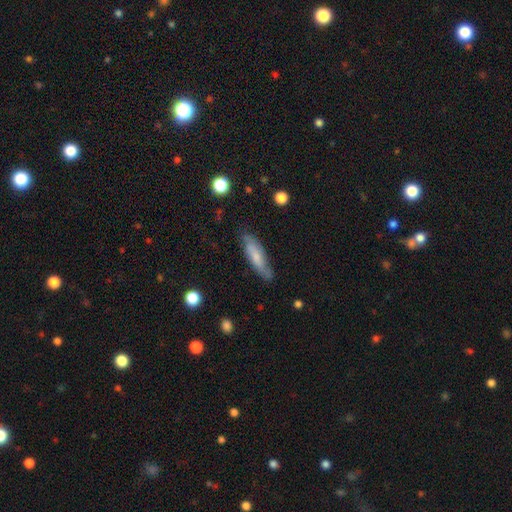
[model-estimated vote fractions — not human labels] The model was most divided on "smooth or featured": smooth: 59%, featured or disk: 34%, star or artifact: 7%. More confident: merging — none (75%); how rounded — cigar-shaped (64%).